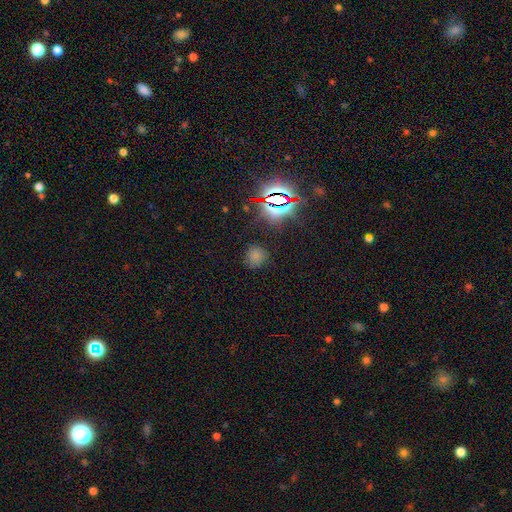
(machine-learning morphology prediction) smooth_or_featured: smooth (p=0.66) [alt: star or artifact p=0.28]
how_rounded: round (p=0.85) [alt: in between p=0.14]
merging: none (p=0.80) [alt: minor disturbance p=0.14]